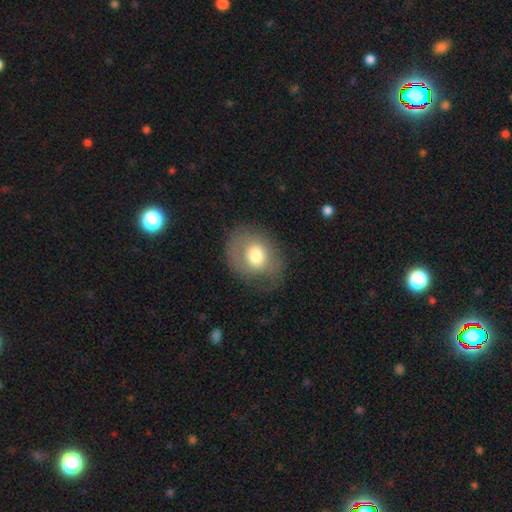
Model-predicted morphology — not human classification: smooth_or_featured: smooth (p=0.66) [alt: featured or disk p=0.25]
how_rounded: round (p=0.53) [alt: in between p=0.46]
merging: none (p=0.67) [alt: minor disturbance p=0.19]